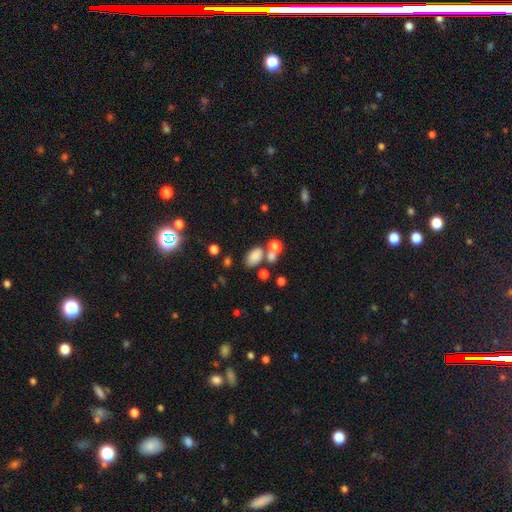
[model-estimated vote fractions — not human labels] A smooth galaxy with no disk features (78%) that is in between round and cigar-shaped (87%). Merging: none (55%).